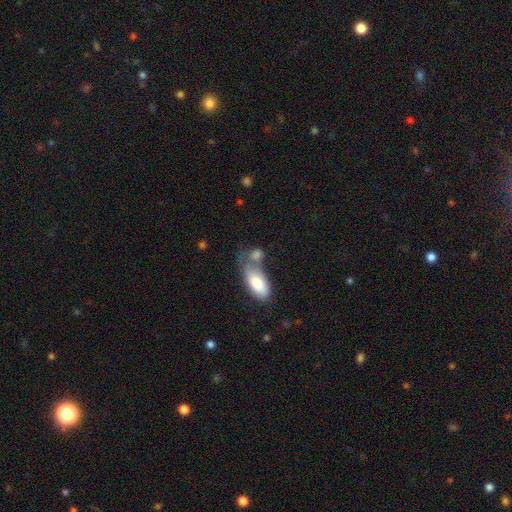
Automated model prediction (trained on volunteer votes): smooth_or_featured: smooth (p=0.79) [alt: featured or disk p=0.14]
how_rounded: in between (p=0.82) [alt: round p=0.10]
merging: merger (p=0.41) [alt: none p=0.31]